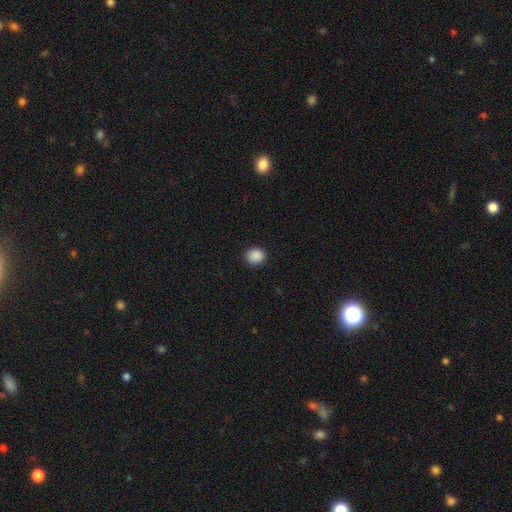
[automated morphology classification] smooth-or-featured: smooth: 89% | star or artifact: 9% | featured or disk: 2%
  how-rounded: round: 76% | in between: 23% | cigar-shaped: 1%
  merging: none: 91% | minor disturbance: 6% | major disturbance: 2% | merger: 1%